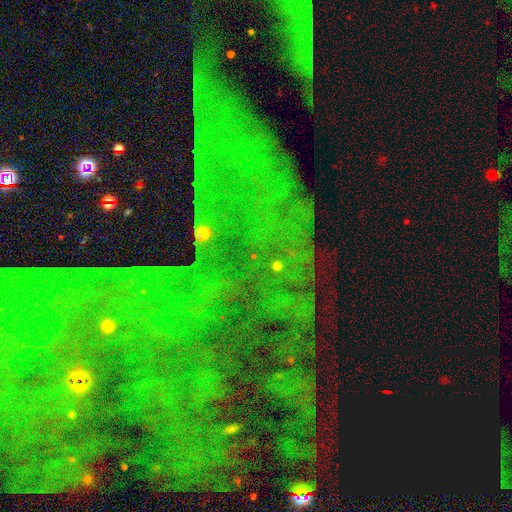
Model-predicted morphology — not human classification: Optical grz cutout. It shows a star or artifact, not a galaxy (81%).